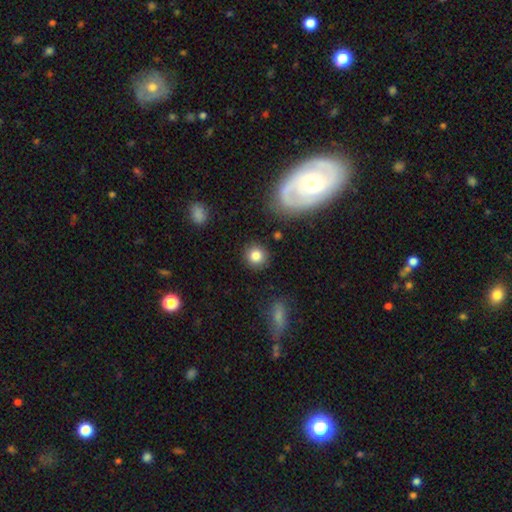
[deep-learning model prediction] Overall: smooth (82%). How rounded: round (90%). Merging: none (87%).